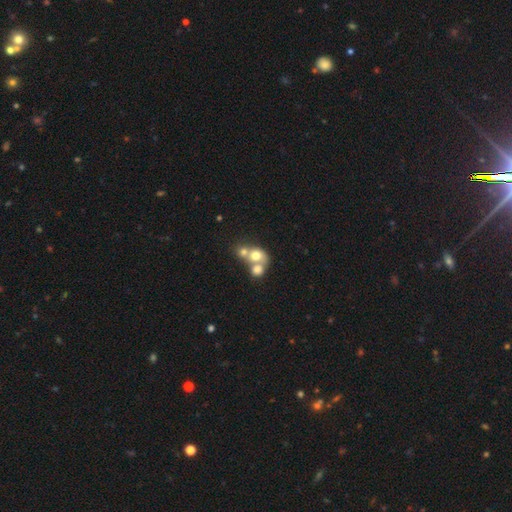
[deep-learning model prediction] Smooth or featured?
  - smooth: 67% *
  - featured or disk: 23%
  - star or artifact: 10%
How rounded?
  - round: 64% *
  - in between: 35%
  - cigar-shaped: 1%
Merging?
  - merger: 68% *
  - none: 22%
  - minor disturbance: 6%
  - major disturbance: 4%